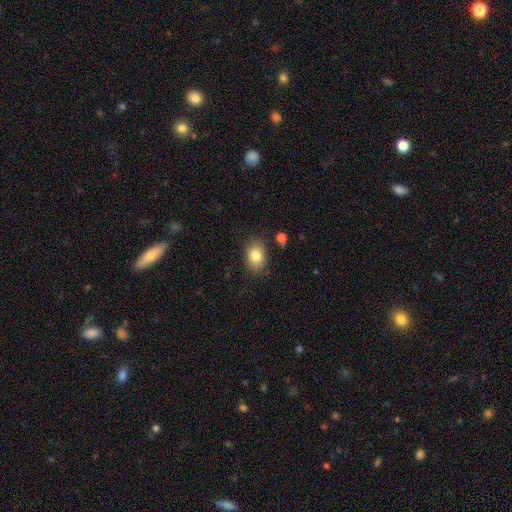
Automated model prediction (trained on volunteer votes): The model was most divided on "how rounded": in between: 71%, round: 28%, cigar-shaped: 1%. More confident: smooth or featured — smooth (83%); merging — none (82%).